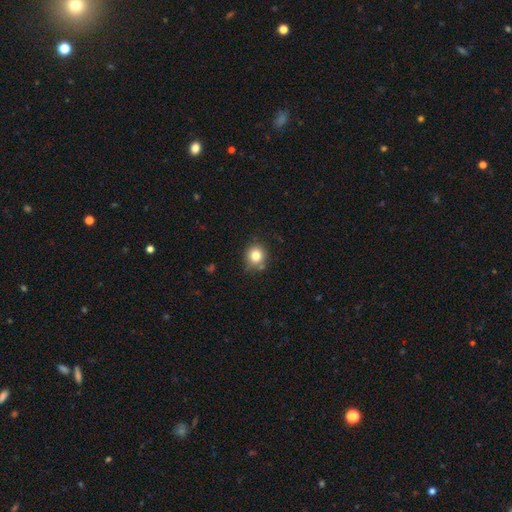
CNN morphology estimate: type=smooth (81%); roundness=round (87%); merging=none (80%).